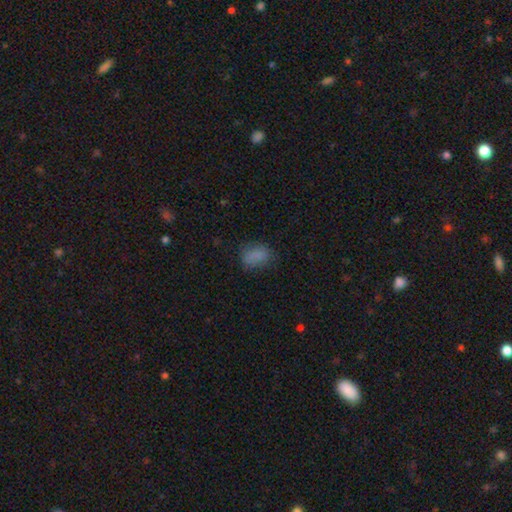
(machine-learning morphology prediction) smooth 81%, star or artifact 12%, featured or disk 7%. Down the decision tree: how rounded — in between (74%); merging — none (69%).